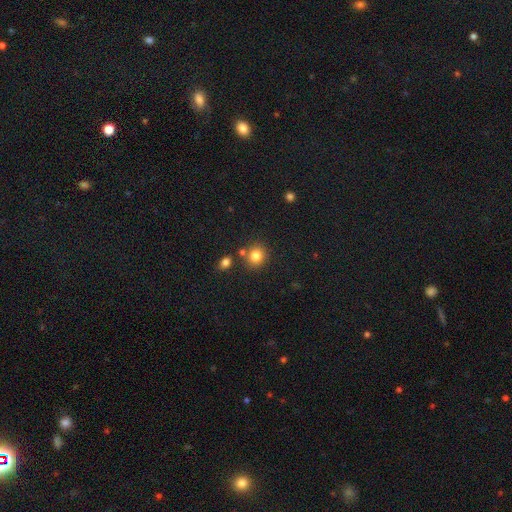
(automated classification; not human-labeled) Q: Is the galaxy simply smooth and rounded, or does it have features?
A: smooth — 82%.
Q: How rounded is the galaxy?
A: round — 83%.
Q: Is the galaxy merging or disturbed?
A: none — 76%.